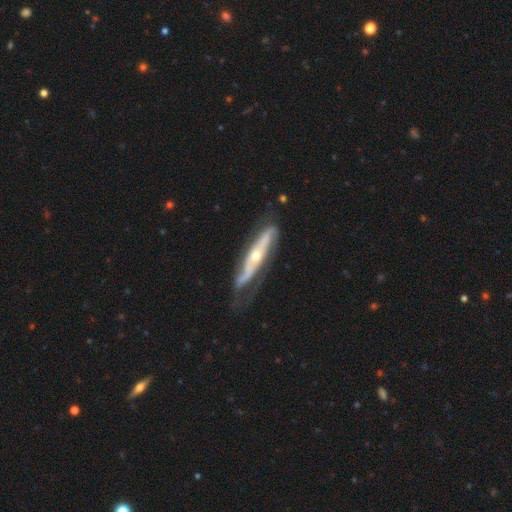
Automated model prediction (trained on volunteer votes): The model was most divided on "bulge size": small: 50%, moderate: 46%, large: 2%, none: 1%, dominant: 1%. More confident: spiral arms — yes (87%); smooth or featured — featured or disk (80%); edge-on disk — no (65%); bar — no (63%); merging — none (59%).